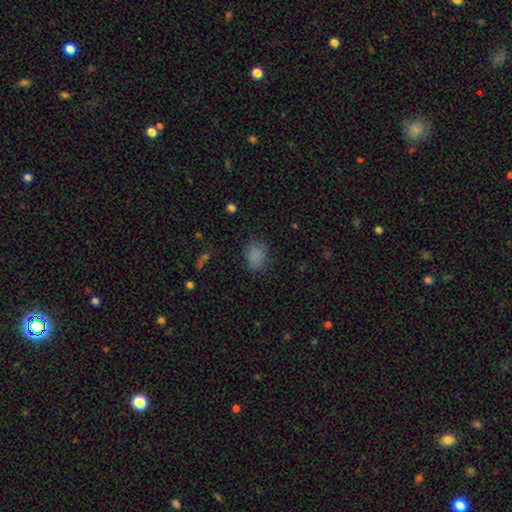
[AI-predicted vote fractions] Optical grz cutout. It shows a smooth galaxy with no disk features (83%) that is in between round and cigar-shaped (60%). Merging: none (77%).